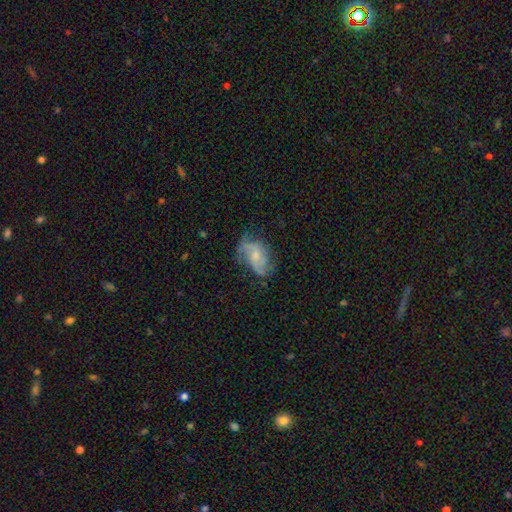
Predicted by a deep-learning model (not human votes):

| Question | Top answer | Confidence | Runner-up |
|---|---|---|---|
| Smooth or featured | featured or disk | 66% | smooth (27%) |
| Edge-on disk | no | 97% | yes (3%) |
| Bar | no | 64% | weak (31%) |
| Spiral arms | yes | 88% | no (12%) |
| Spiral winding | medium | 42% | loose (41%) |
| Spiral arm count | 2 | 69% | can't tell (14%) |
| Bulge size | small | 47% | moderate (37%) |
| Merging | none | 53% | minor disturbance (27%) |